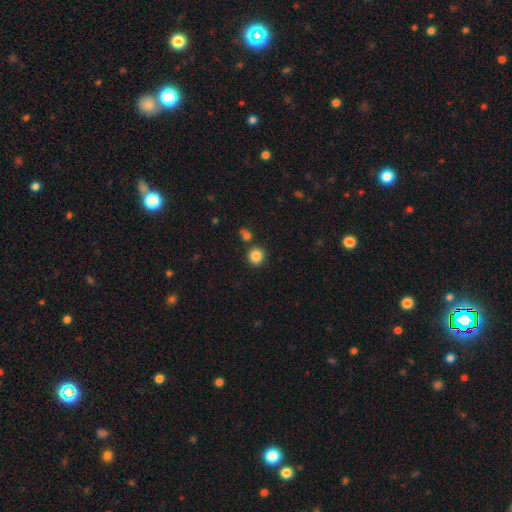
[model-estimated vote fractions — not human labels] Smooth or featured?
  - smooth: 85% *
  - star or artifact: 10%
  - featured or disk: 5%
How rounded?
  - round: 92% *
  - in between: 7%
  - cigar-shaped: 1%
Merging?
  - none: 81% *
  - merger: 9%
  - minor disturbance: 7%
  - major disturbance: 2%